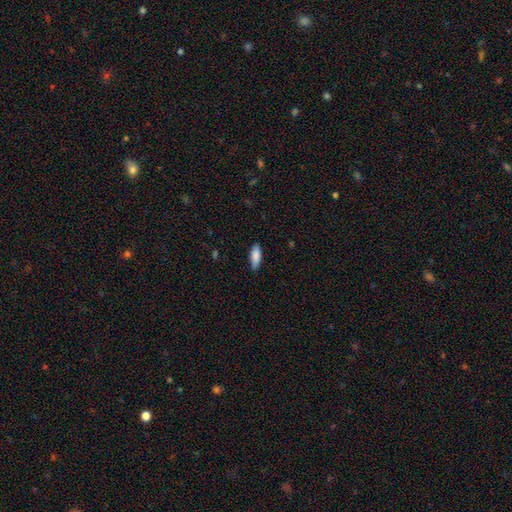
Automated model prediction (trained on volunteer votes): This appears to be a smooth galaxy with no disk features (86%) that is in between round and cigar-shaped (71%). Merging: none (84%).